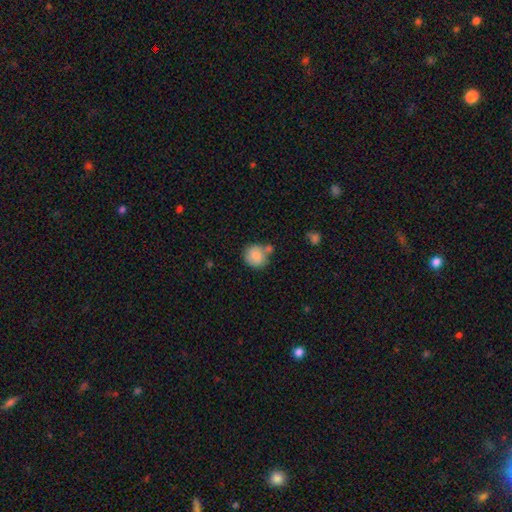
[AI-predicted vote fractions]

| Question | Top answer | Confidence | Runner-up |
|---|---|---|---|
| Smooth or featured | smooth | 83% | featured or disk (9%) |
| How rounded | round | 86% | in between (13%) |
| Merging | none | 54% | merger (25%) |